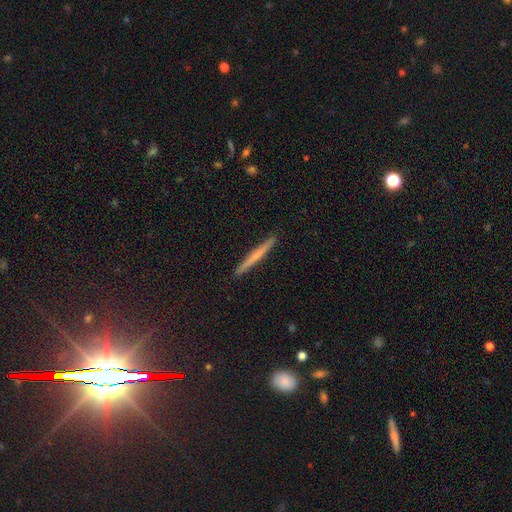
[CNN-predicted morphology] smooth 51%, featured or disk 42%, star or artifact 7%. Down the decision tree: how rounded — cigar-shaped (97%); merging — none (93%).